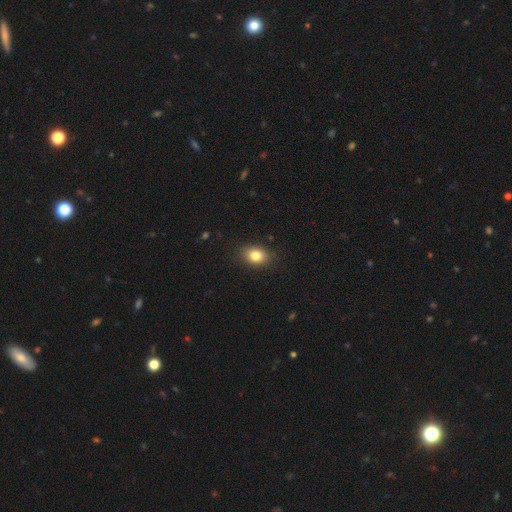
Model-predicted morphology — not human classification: Overall: smooth (84%). How rounded: in between (69%; round 30%). Merging: none (86%).